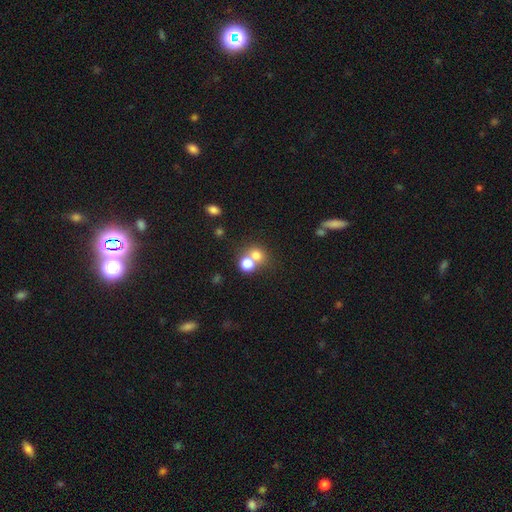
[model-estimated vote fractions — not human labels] Overall: smooth (72%). How rounded: round (76%). Merging: merger (48%; none 42%).